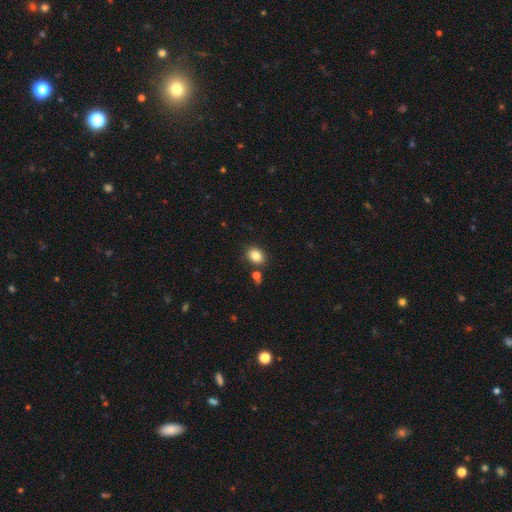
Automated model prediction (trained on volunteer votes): smooth_or_featured: smooth (p=0.84) [alt: star or artifact p=0.10]
how_rounded: in between (p=0.55) [alt: round p=0.44]
merging: none (p=0.80) [alt: minor disturbance p=0.10]